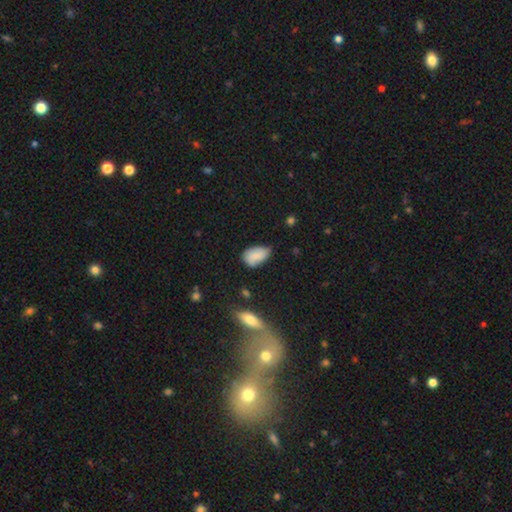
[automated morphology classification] smooth 79%, featured or disk 13%, star or artifact 8%. Down the decision tree: how rounded — in between (91%); merging — none (50%).